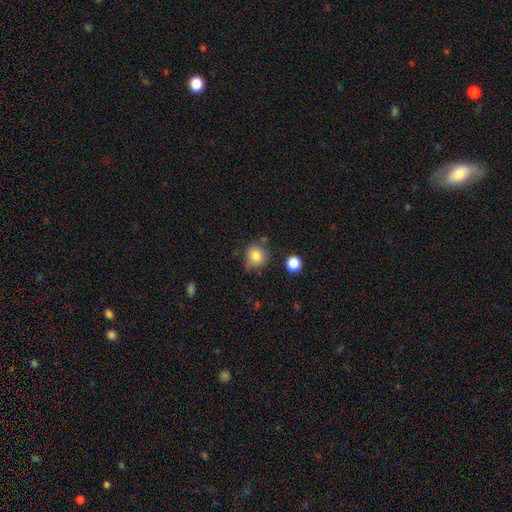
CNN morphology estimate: smooth-or-featured: smooth: 81% | star or artifact: 11% | featured or disk: 8%
  how-rounded: round: 83% | in between: 16% | cigar-shaped: 1%
  merging: none: 68% | minor disturbance: 21% | merger: 6% | major disturbance: 5%